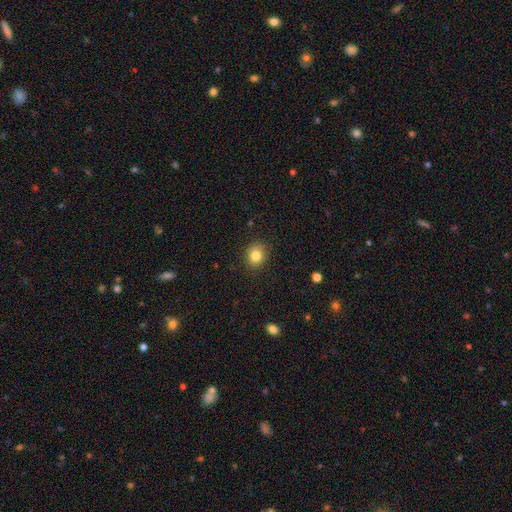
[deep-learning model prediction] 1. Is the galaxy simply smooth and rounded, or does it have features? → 82% smooth, 11% star or artifact, 7% featured or disk.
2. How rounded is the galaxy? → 70% round, 29% in between, 1% cigar-shaped.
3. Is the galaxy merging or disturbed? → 88% none, 8% minor disturbance, 2% major disturbance, 1% merger.